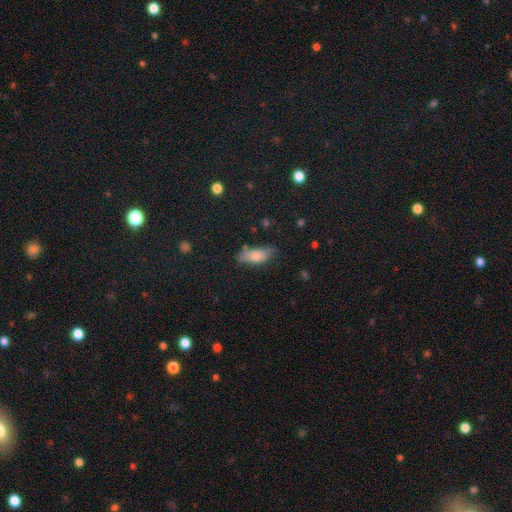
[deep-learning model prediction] Q: Smooth or featured?
A: smooth (77%); runner-up: featured or disk (15%)
Q: How rounded?
A: in between (79%); runner-up: cigar-shaped (18%)
Q: Merging?
A: none (66%); runner-up: minor disturbance (25%)